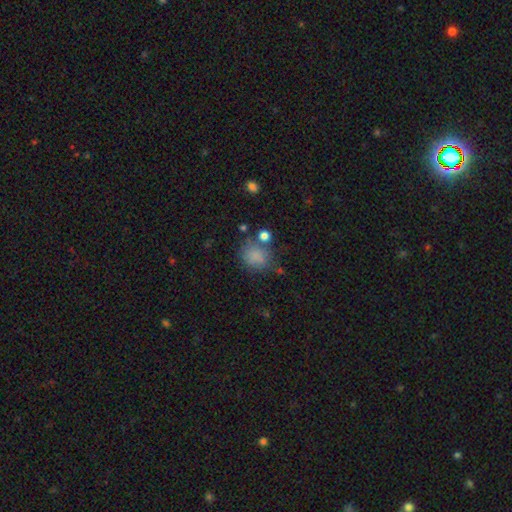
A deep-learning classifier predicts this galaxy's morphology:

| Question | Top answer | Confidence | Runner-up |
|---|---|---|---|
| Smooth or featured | smooth | 78% | star or artifact (13%) |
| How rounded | round | 76% | in between (23%) |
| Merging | none | 60% | minor disturbance (20%) |